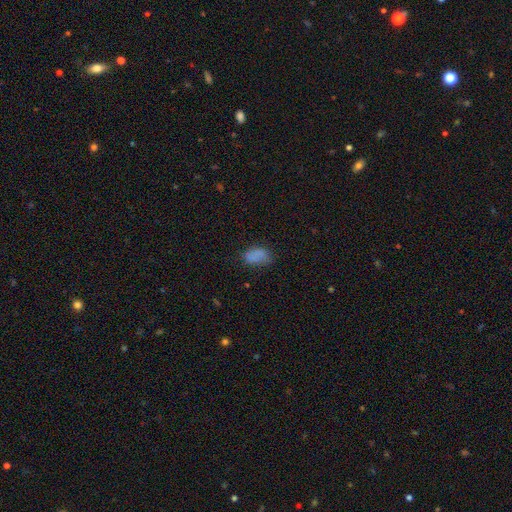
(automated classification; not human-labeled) Smooth or featured: smooth — 81% (star or artifact — 12%)
How rounded: in between — 91% (round — 7%)
Merging: none — 67% (minor disturbance — 23%)